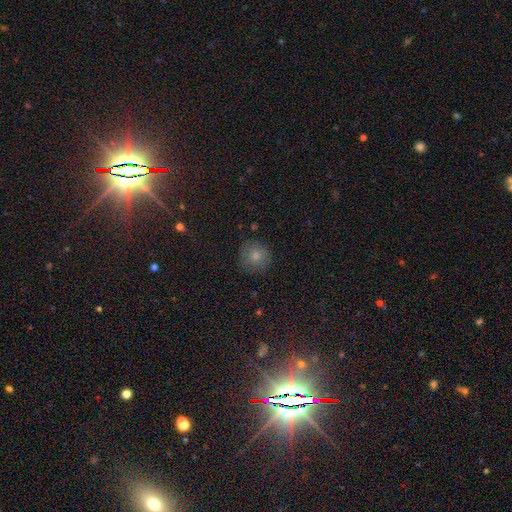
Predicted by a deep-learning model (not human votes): smooth-or-featured: smooth: 80% | star or artifact: 11% | featured or disk: 10%
  how-rounded: round: 92% | in between: 7% | cigar-shaped: 1%
  merging: none: 84% | minor disturbance: 12% | major disturbance: 3% | merger: 1%